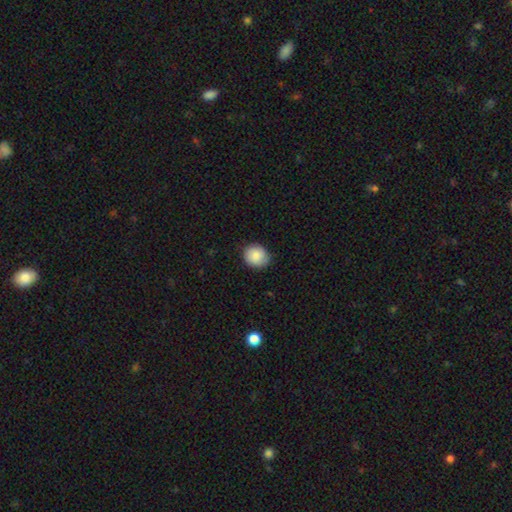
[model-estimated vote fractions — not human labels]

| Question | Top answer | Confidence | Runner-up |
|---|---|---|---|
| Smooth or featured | smooth | 85% | featured or disk (8%) |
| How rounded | round | 77% | in between (22%) |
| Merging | none | 82% | minor disturbance (15%) |